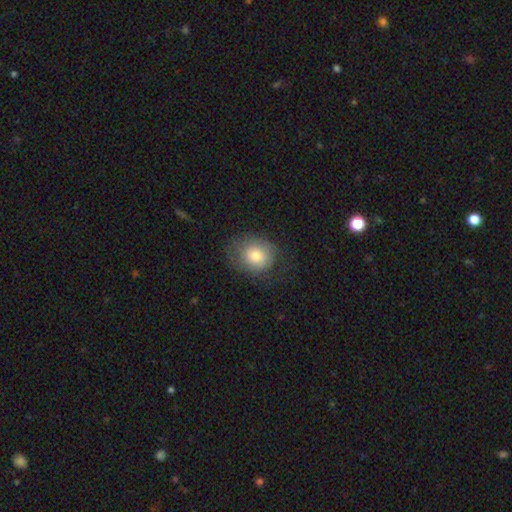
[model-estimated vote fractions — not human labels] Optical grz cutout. It shows a smooth galaxy with no disk features (77%) that is round (63%). Merging: none (68%).